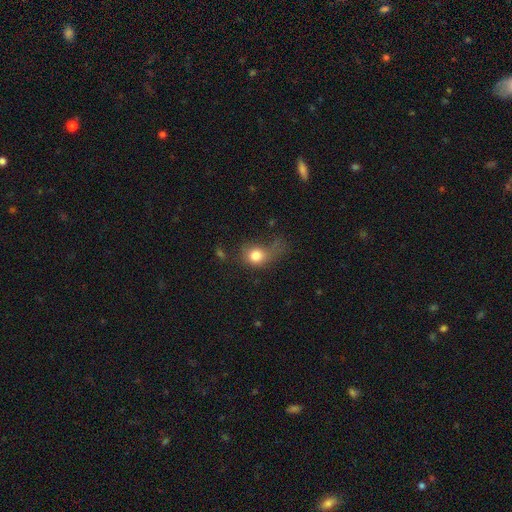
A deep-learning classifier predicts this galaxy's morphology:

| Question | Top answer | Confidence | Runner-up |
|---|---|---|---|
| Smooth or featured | smooth | 78% | featured or disk (12%) |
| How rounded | round | 64% | in between (35%) |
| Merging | major disturbance | 38% | none (29%) |